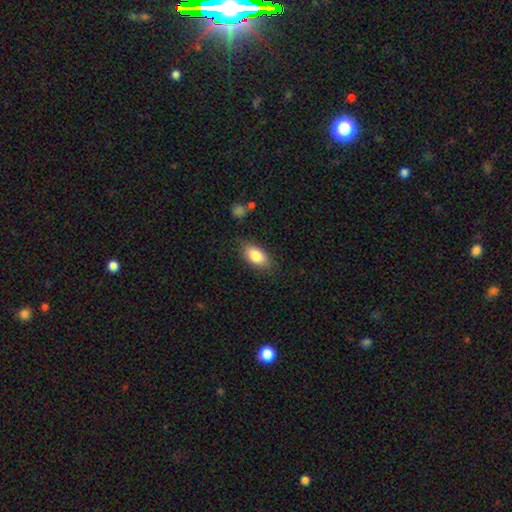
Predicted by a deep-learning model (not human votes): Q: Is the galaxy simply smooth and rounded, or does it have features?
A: smooth — 83%.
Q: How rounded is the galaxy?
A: in between — 89%.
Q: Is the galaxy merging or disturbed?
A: none — 81%.